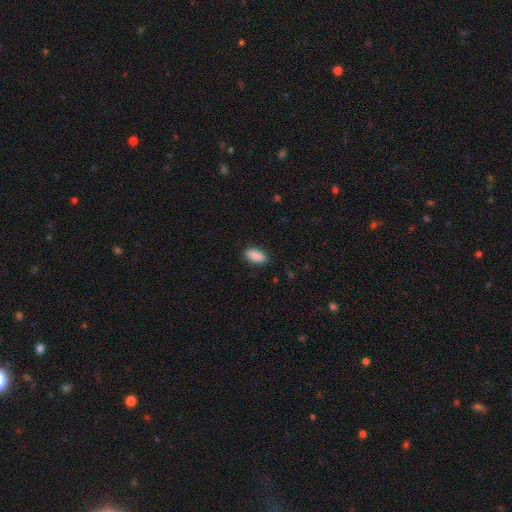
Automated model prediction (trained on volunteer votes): Smooth or featured? Predicted: smooth (p=0.89). How rounded? Predicted: in between (p=0.93). Merging? Predicted: none (p=0.88).